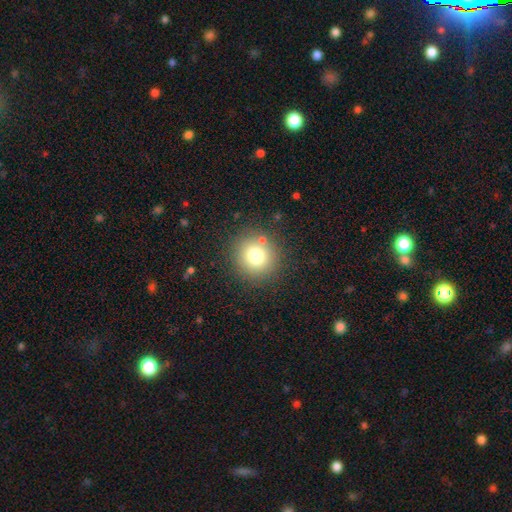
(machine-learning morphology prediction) Smooth or featured: smooth — 75% (star or artifact — 14%)
How rounded: round — 92% (in between — 7%)
Merging: none — 85% (minor disturbance — 8%)